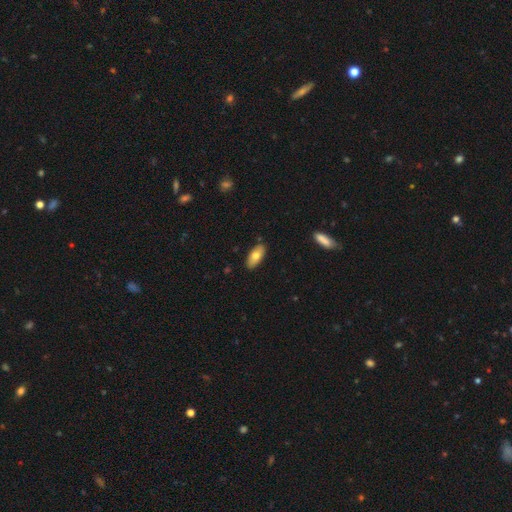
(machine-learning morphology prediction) smooth 75%, featured or disk 18%, star or artifact 6%. Down the decision tree: how rounded — in between (87%); merging — none (87%).